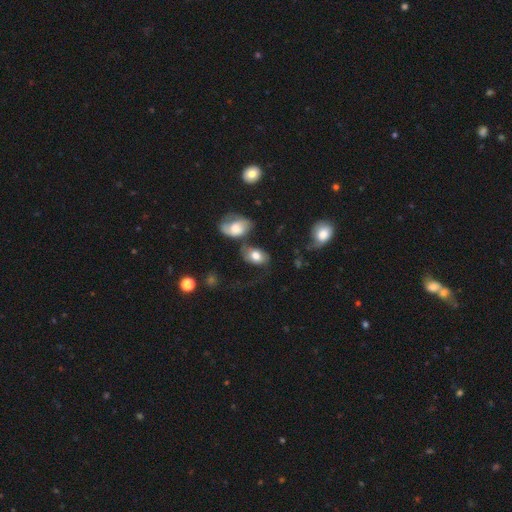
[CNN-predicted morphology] This is likely a smooth galaxy (70%). How rounded: clearly in between (83%). Merging: marginally none (44%).